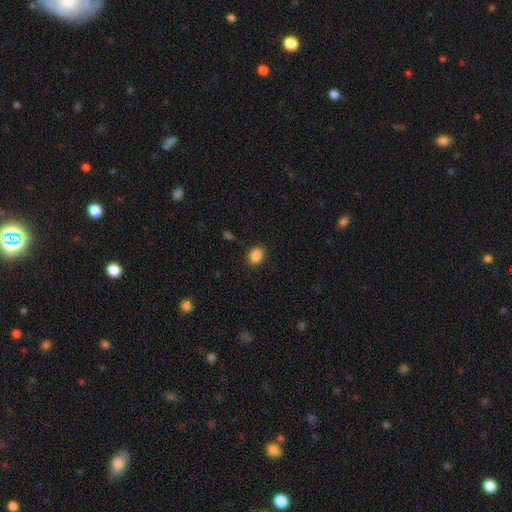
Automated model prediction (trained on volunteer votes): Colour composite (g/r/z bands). It shows a smooth galaxy with no disk features (87%) that is in between round and cigar-shaped (53%). Merging: none (82%).